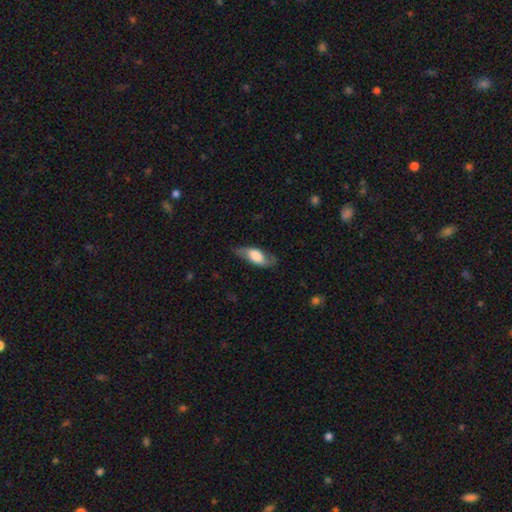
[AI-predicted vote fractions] Overall: smooth (55%; featured or disk 38%). How rounded: in between (76%). Merging: none (68%).